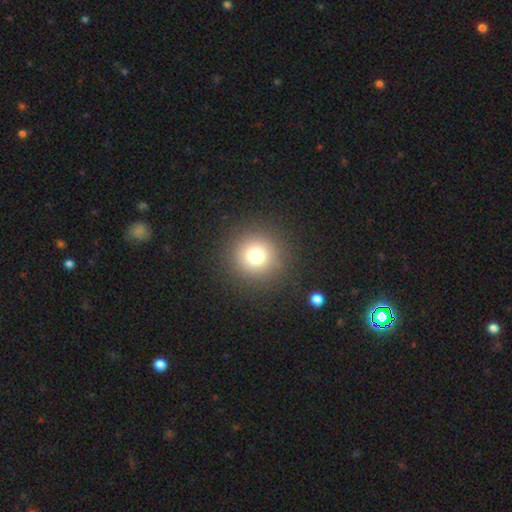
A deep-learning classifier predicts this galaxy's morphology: A smooth galaxy with no disk features (75%) that is round (95%).

Vote fractions:
- Smooth or featured? smooth: 75% / star or artifact: 16% / featured or disk: 9%
- How rounded? round: 95% / in between: 4% / cigar-shaped: 1%
- Merging? none: 90% / minor disturbance: 6% / major disturbance: 3% / merger: 1%